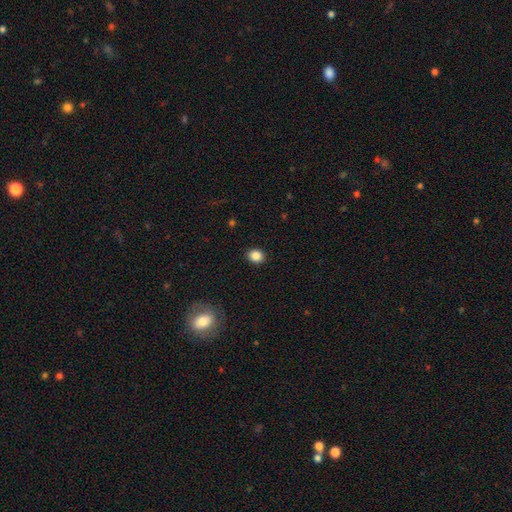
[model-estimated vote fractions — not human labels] smooth_or_featured: smooth (p=0.86) [alt: star or artifact p=0.10]
how_rounded: round (p=0.61) [alt: in between p=0.38]
merging: none (p=0.91) [alt: minor disturbance p=0.06]